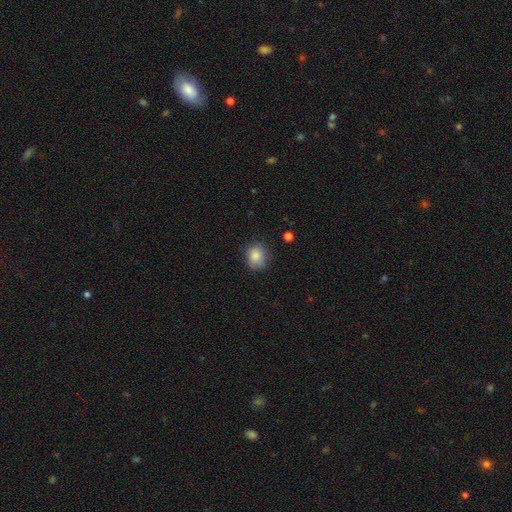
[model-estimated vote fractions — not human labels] Smooth or featured? Predicted: smooth (p=0.85). How rounded? Predicted: round (p=0.64). Merging? Predicted: none (p=0.78).